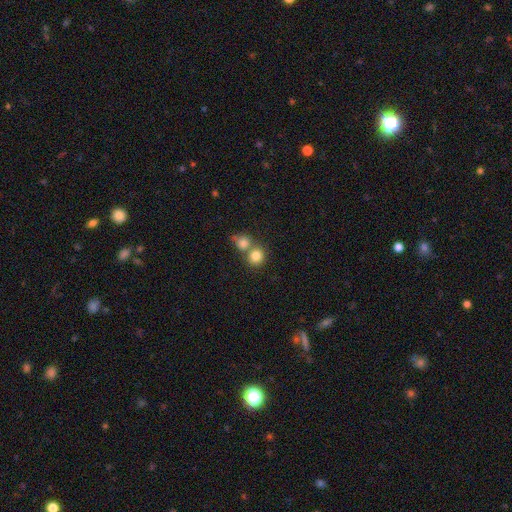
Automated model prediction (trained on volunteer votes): Smooth or featured: smooth — 82% (star or artifact — 10%)
How rounded: round — 84% (in between — 15%)
Merging: none — 46% (merger — 45%)